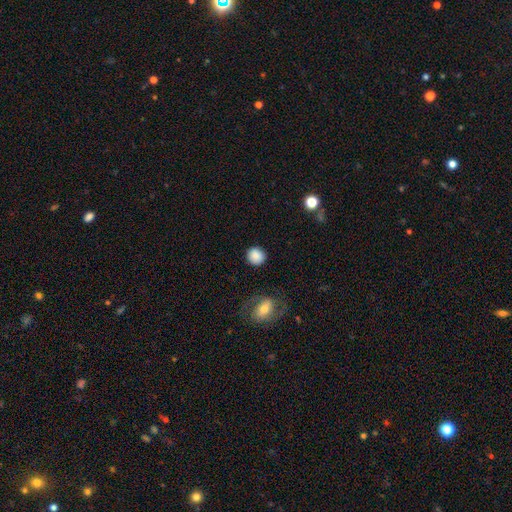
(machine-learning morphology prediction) Q: Smooth or featured?
A: smooth (86%); runner-up: star or artifact (8%)
Q: How rounded?
A: round (87%); runner-up: in between (12%)
Q: Merging?
A: none (86%); runner-up: minor disturbance (9%)